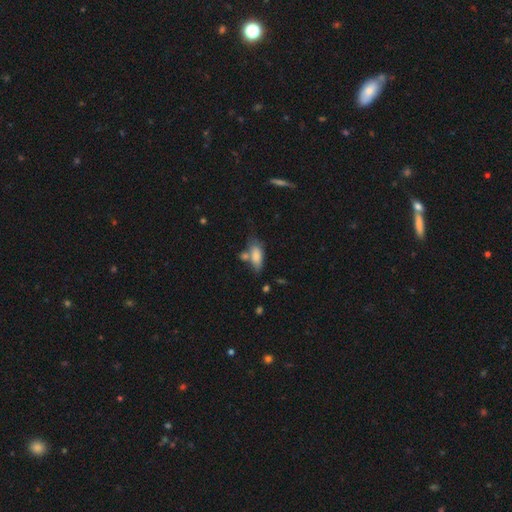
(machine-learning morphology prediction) smooth_or_featured: smooth (p=0.80) [alt: featured or disk p=0.12]
how_rounded: in between (p=0.76) [alt: cigar-shaped p=0.21]
merging: none (p=0.49) [alt: merger p=0.22]